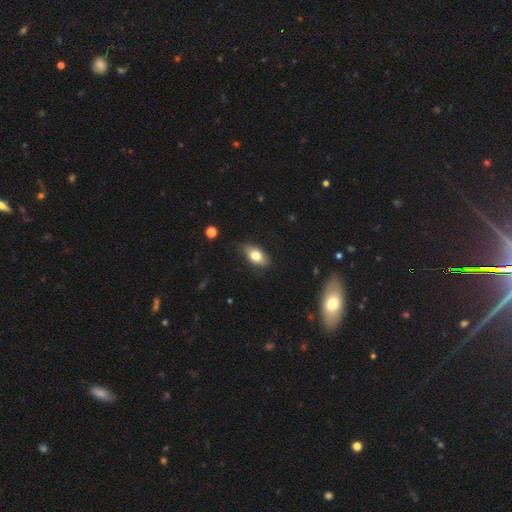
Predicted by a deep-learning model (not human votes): A smooth galaxy with no disk features (76%) that is in between round and cigar-shaped (88%).

Vote fractions:
- Smooth or featured? smooth: 76% / featured or disk: 16% / star or artifact: 8%
- How rounded? in between: 88% / round: 7% / cigar-shaped: 5%
- Merging? none: 79% / minor disturbance: 17% / major disturbance: 3% / merger: 1%